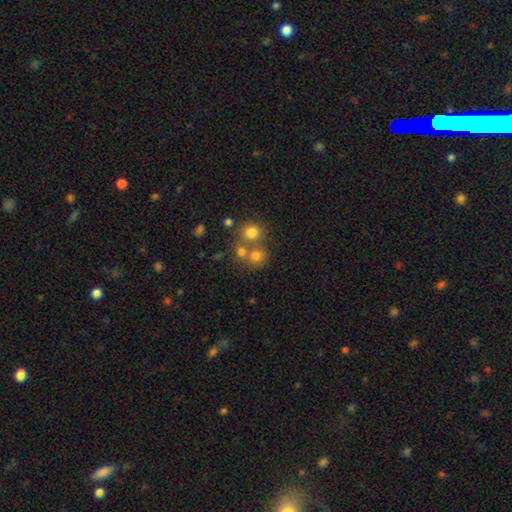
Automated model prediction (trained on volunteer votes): A smooth galaxy with no disk features (70%) that is round (82%).

Vote fractions:
- Smooth or featured? smooth: 70% / star or artifact: 16% / featured or disk: 13%
- How rounded? round: 82% / in between: 17% / cigar-shaped: 1%
- Merging? none: 48% / merger: 41% / minor disturbance: 7% / major disturbance: 4%